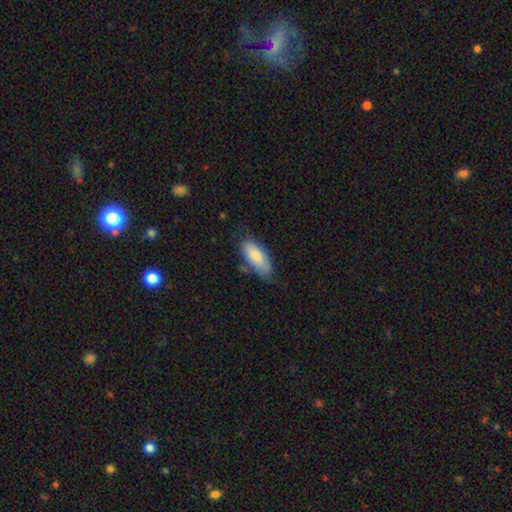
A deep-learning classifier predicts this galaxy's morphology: type=smooth (80%); roundness=in between (87%); merging=none (63%).